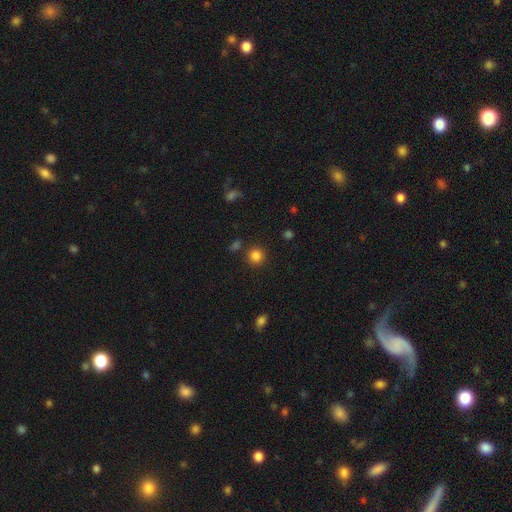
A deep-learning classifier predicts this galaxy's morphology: Smooth or featured?
  - smooth: 83% *
  - star or artifact: 12%
  - featured or disk: 4%
How rounded?
  - round: 93% *
  - in between: 6%
  - cigar-shaped: 1%
Merging?
  - none: 86% *
  - minor disturbance: 7%
  - merger: 5%
  - major disturbance: 3%